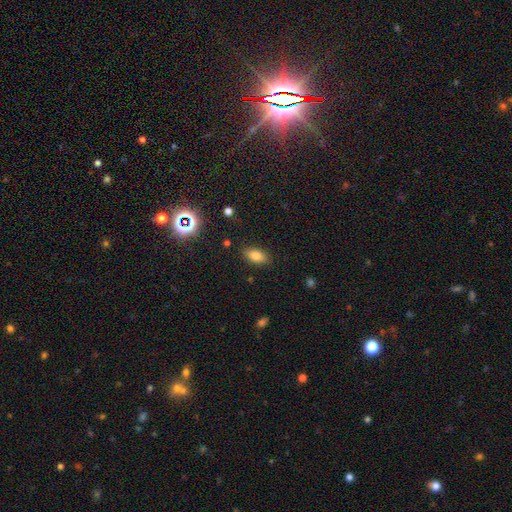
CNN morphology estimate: Smooth or featured?
  - smooth: 78% *
  - star or artifact: 12%
  - featured or disk: 10%
How rounded?
  - in between: 88% *
  - round: 6%
  - cigar-shaped: 6%
Merging?
  - none: 86% *
  - minor disturbance: 9%
  - major disturbance: 3%
  - merger: 2%